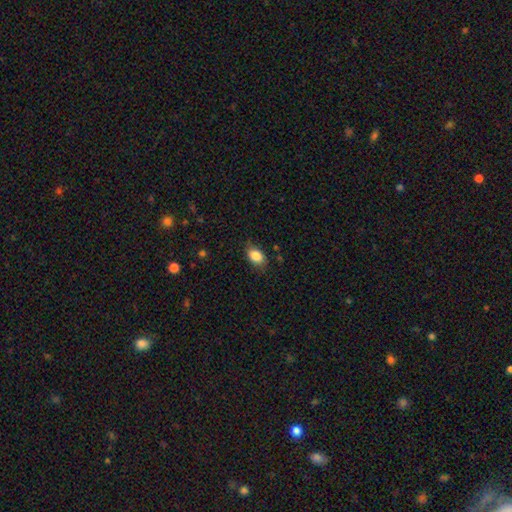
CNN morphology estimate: The model was most divided on "merging": none: 78%, minor disturbance: 18%, major disturbance: 4%, merger: 1%. More confident: smooth or featured — smooth (86%); how rounded — in between (82%).